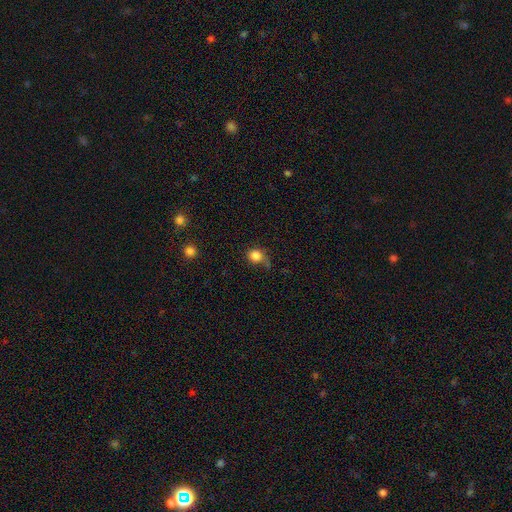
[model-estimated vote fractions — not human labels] This is clearly a smooth galaxy (83%). How rounded: likely round (80%). Merging: possibly none (53%).